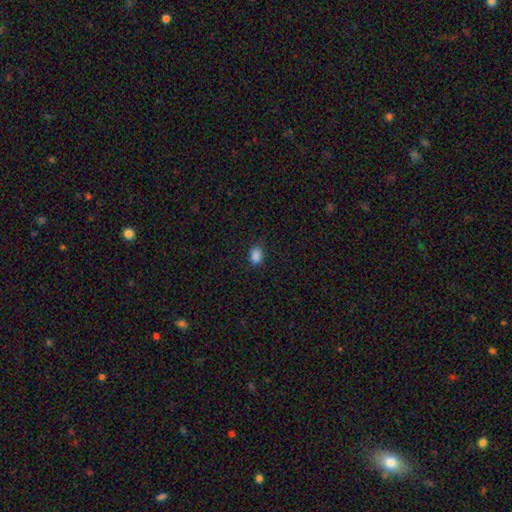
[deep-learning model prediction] Smooth or featured?
  - smooth: 86% *
  - star or artifact: 11%
  - featured or disk: 3%
How rounded?
  - in between: 76% *
  - round: 23%
  - cigar-shaped: 1%
Merging?
  - none: 83% *
  - minor disturbance: 13%
  - major disturbance: 3%
  - merger: 1%